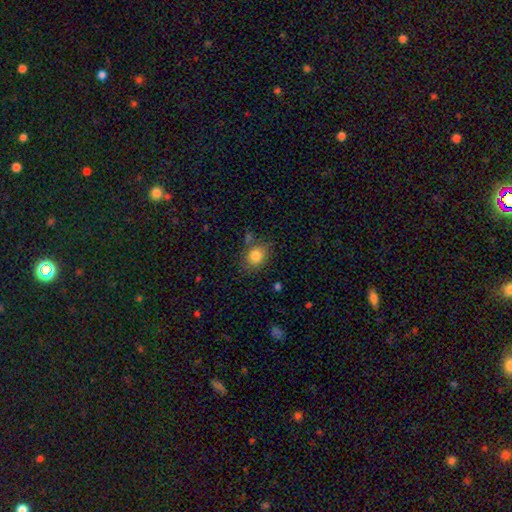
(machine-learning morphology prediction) A smooth galaxy with no disk features (83%) that is in between round and cigar-shaped (50%).

Vote fractions:
- Smooth or featured? smooth: 83% / star or artifact: 9% / featured or disk: 7%
- How rounded? in between: 50% / round: 49% / cigar-shaped: 1%
- Merging? none: 74% / minor disturbance: 15% / merger: 6% / major disturbance: 5%